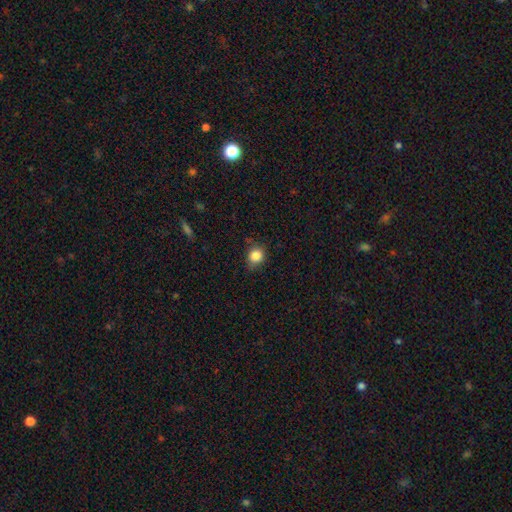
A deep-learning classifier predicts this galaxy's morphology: smooth 84%, star or artifact 11%, featured or disk 5%. Down the decision tree: how rounded — round (75%); merging — none (76%).